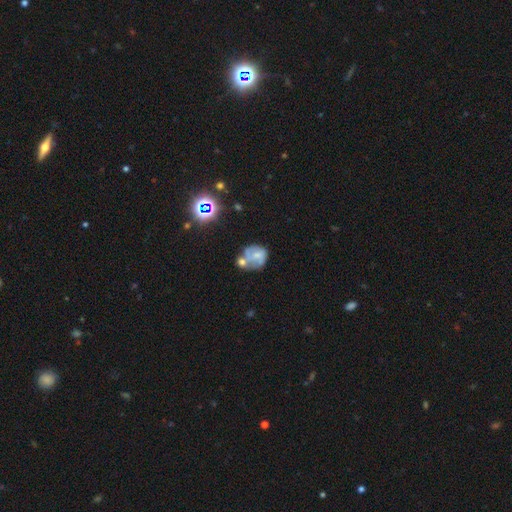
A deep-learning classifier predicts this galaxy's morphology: Smooth or featured: featured or disk — 50% (smooth — 38%)
Merging: merger — 37% (none — 30%)